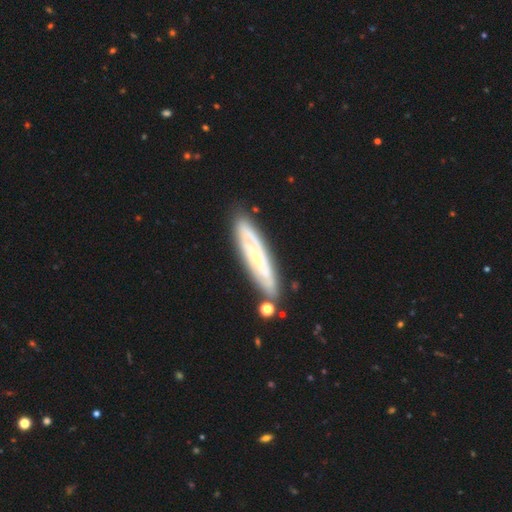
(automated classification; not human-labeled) featured or disk 66%, smooth 27%, star or artifact 7%. Down the decision tree: edge-on disk — no (59%); merging — none (78%).